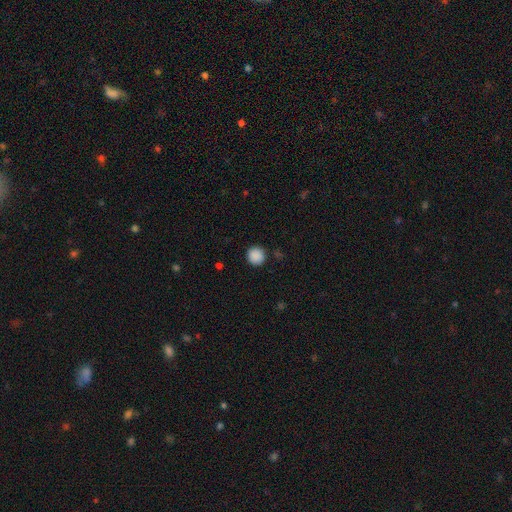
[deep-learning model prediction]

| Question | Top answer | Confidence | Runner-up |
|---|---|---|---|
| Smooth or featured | smooth | 89% | star or artifact (9%) |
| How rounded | round | 94% | in between (5%) |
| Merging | none | 90% | minor disturbance (7%) |